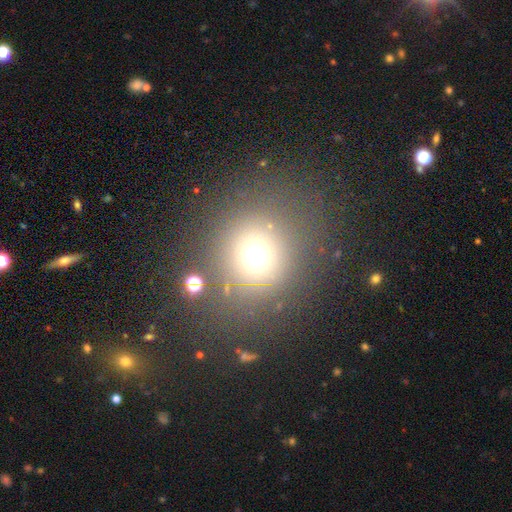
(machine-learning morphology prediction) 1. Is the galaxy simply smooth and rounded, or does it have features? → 63% smooth, 26% star or artifact, 11% featured or disk.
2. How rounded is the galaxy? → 88% round, 11% in between, 1% cigar-shaped.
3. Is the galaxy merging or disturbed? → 78% none, 10% minor disturbance, 7% major disturbance, 5% merger.